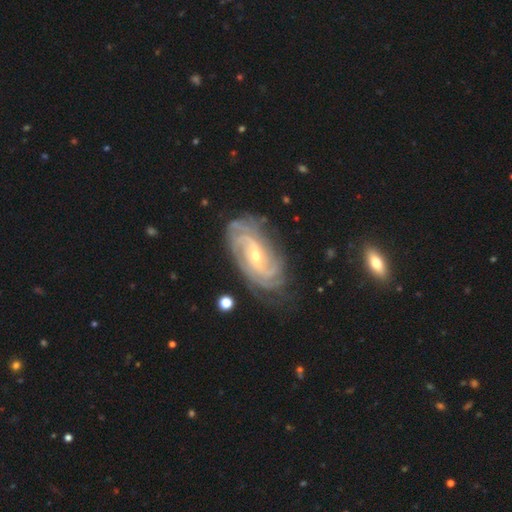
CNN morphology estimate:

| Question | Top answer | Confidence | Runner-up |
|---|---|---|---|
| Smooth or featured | featured or disk | 90% | star or artifact (5%) |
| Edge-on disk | no | 96% | yes (4%) |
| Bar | no | 43% | weak (39%) |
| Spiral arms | yes | 98% | no (2%) |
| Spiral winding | tight | 66% | medium (28%) |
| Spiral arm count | can't tell | 22% | tied: 4 (22%) |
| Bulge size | small | 64% | moderate (33%) |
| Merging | none | 78% | minor disturbance (16%) |